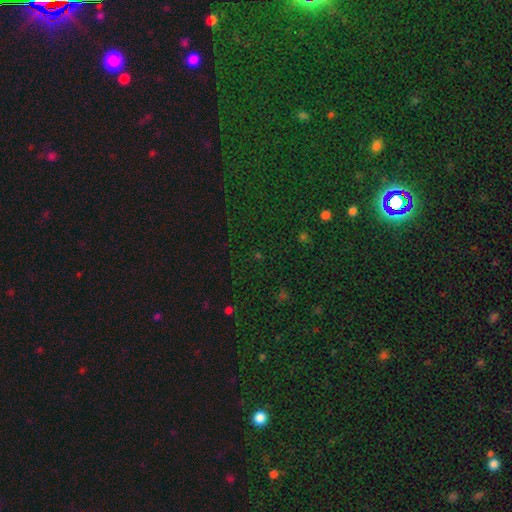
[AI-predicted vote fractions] Morphology: type=star or artifact (79%).